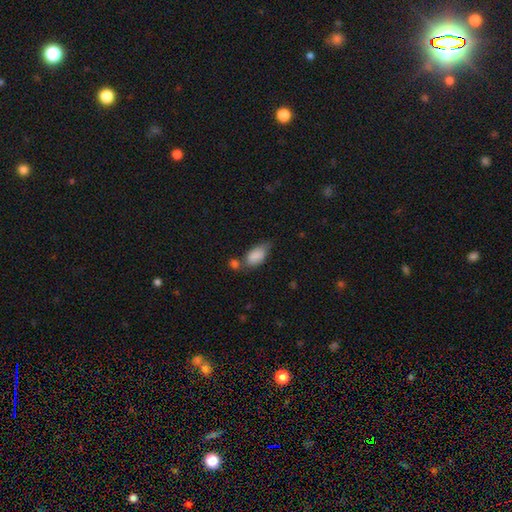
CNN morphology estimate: Q: Smooth or featured?
A: smooth (84%); runner-up: featured or disk (8%)
Q: How rounded?
A: in between (90%); runner-up: cigar-shaped (5%)
Q: Merging?
A: none (40%); runner-up: minor disturbance (27%)